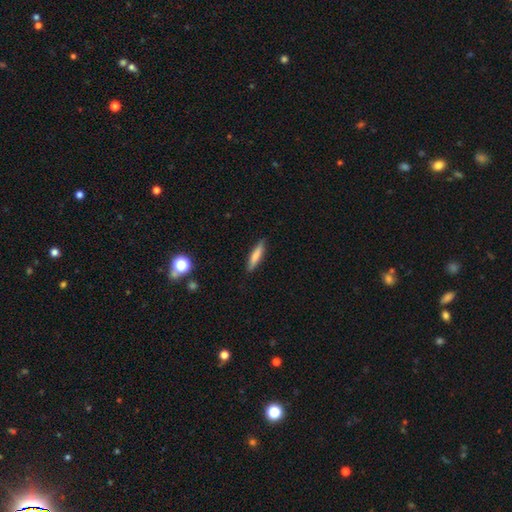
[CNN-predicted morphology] A smooth galaxy with no disk features (72%) that is cigar-shaped (83%).

Vote fractions:
- Smooth or featured? smooth: 72% / featured or disk: 22% / star or artifact: 7%
- How rounded? cigar-shaped: 83% / in between: 15% / round: 2%
- Merging? none: 87% / minor disturbance: 10% / major disturbance: 2% / merger: 1%